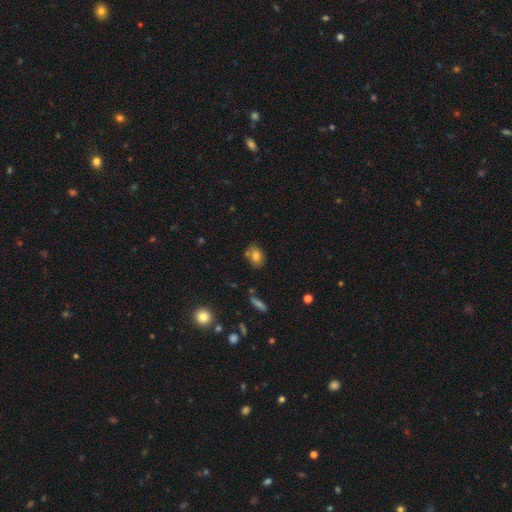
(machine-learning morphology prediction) This is likely a smooth galaxy (76%). How rounded: likely in between (69%). Merging: likely none (68%).